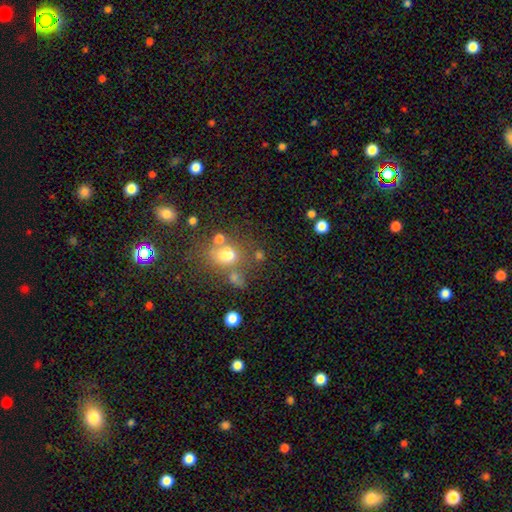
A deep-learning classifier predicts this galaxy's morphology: This is likely a smooth galaxy (64%). How rounded: possibly round (57%). Merging: possibly none (51%).